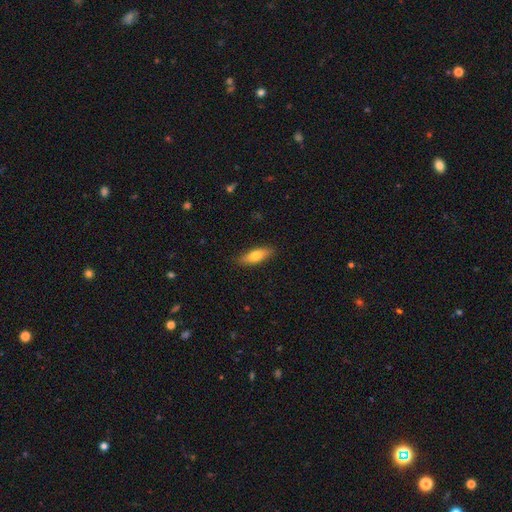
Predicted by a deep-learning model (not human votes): Smooth or featured? smooth (70%)
How rounded? in between (60%)
Merging? none (87%)